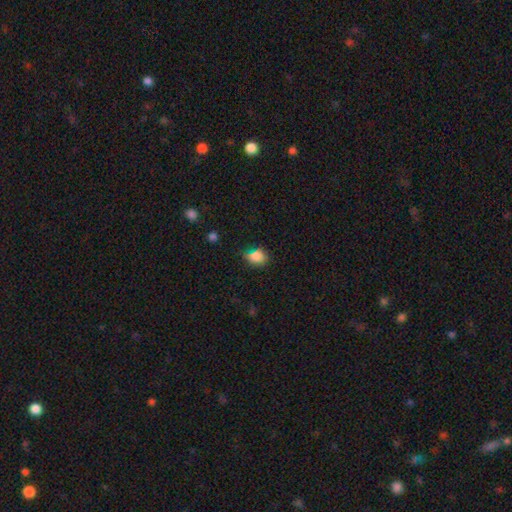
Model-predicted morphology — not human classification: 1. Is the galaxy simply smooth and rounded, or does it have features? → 82% smooth, 12% star or artifact, 6% featured or disk.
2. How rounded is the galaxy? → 59% in between, 40% round, 2% cigar-shaped.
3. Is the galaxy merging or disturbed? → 58% none, 29% minor disturbance, 8% major disturbance, 6% merger.